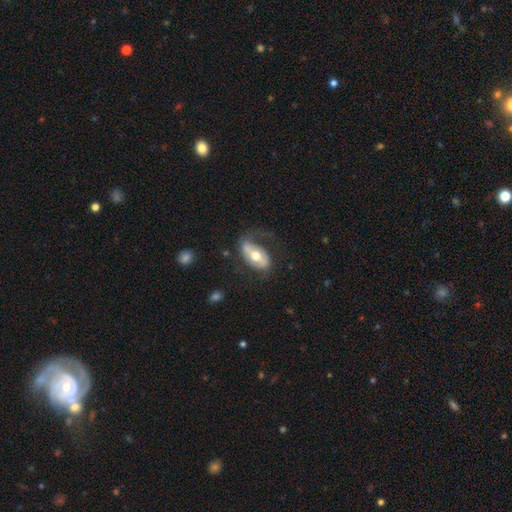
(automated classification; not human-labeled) This appears to be a featured or disk galaxy (61%) with a strong bar (36%), spiral arms (68%) and a moderate central bulge (74%). Merging: none (47%).